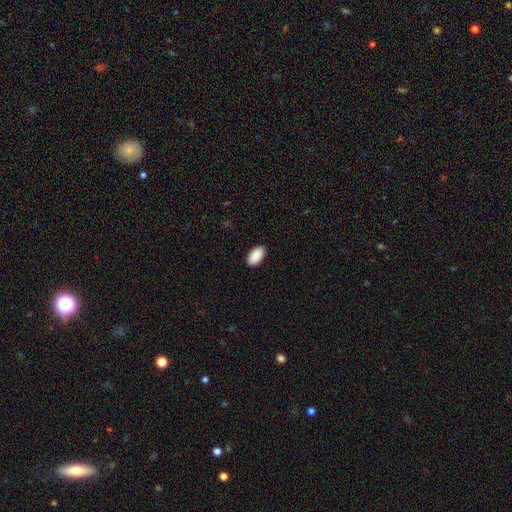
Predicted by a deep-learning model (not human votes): Smooth or featured?
  - smooth: 91% *
  - star or artifact: 6%
  - featured or disk: 3%
How rounded?
  - in between: 96% *
  - round: 3%
  - cigar-shaped: 1%
Merging?
  - none: 90% *
  - minor disturbance: 7%
  - major disturbance: 2%
  - merger: 1%